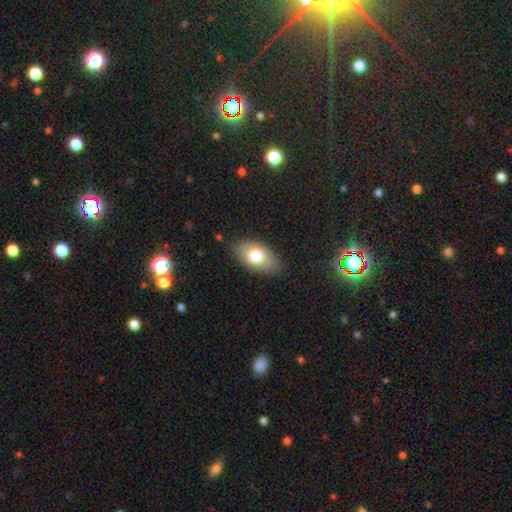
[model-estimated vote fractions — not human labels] A smooth galaxy with no disk features (75%) that is in between round and cigar-shaped (92%). Merging: none (82%).